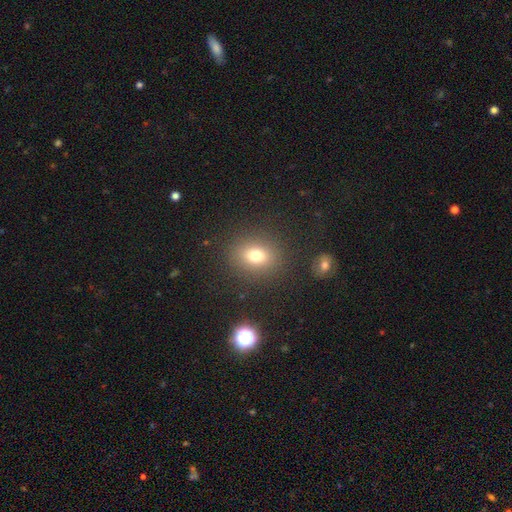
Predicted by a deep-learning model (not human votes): smooth 75%, star or artifact 16%, featured or disk 10%. Down the decision tree: how rounded — round (61%); merging — none (86%).